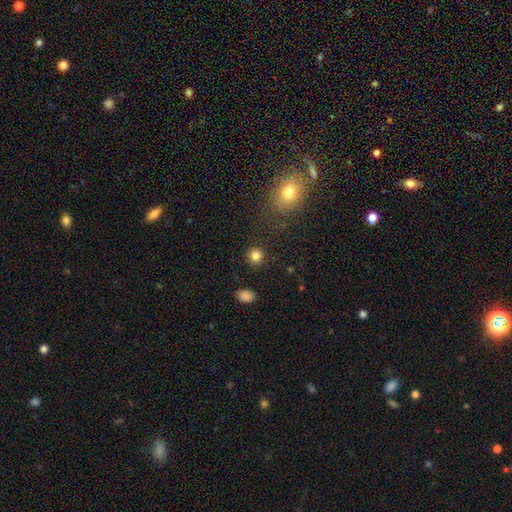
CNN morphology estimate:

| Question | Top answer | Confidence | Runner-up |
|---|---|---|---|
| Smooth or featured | smooth | 83% | star or artifact (12%) |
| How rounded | round | 91% | in between (8%) |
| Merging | none | 90% | minor disturbance (6%) |